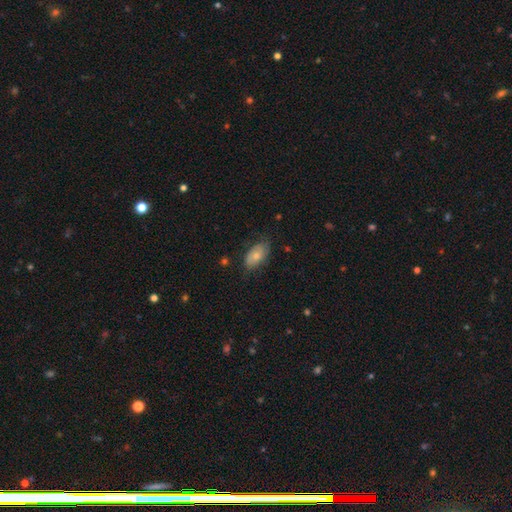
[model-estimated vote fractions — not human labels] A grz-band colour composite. It shows a smooth galaxy with no disk features (68%) that is in between round and cigar-shaped (93%). Merging: none (68%).